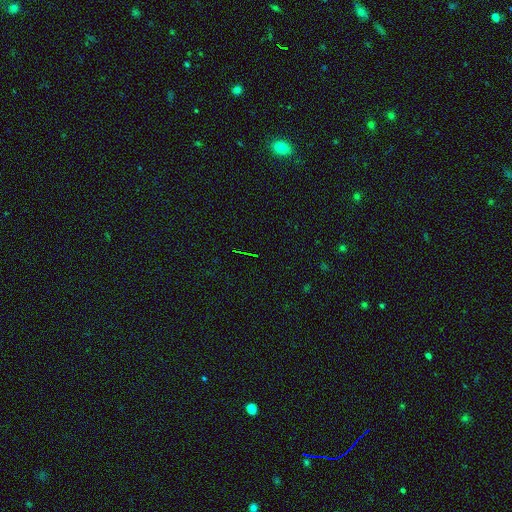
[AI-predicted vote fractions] A star or artifact, not a galaxy (75%).

Vote fractions:
- Smooth or featured? star or artifact: 75% / smooth: 15% / featured or disk: 10%